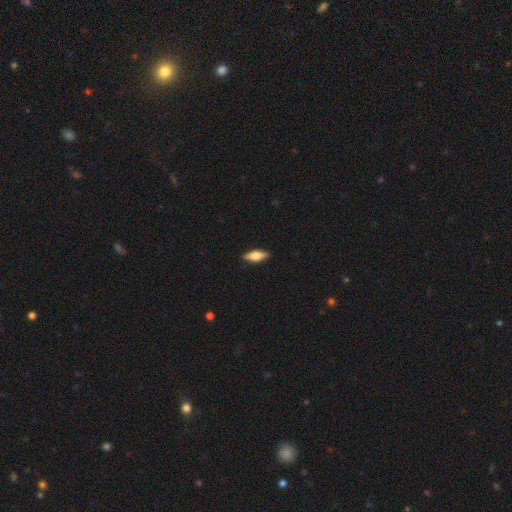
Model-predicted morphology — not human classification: smooth 50%, featured or disk 43%, star or artifact 6%. Down the decision tree: how rounded — in between (56%); merging — none (89%).